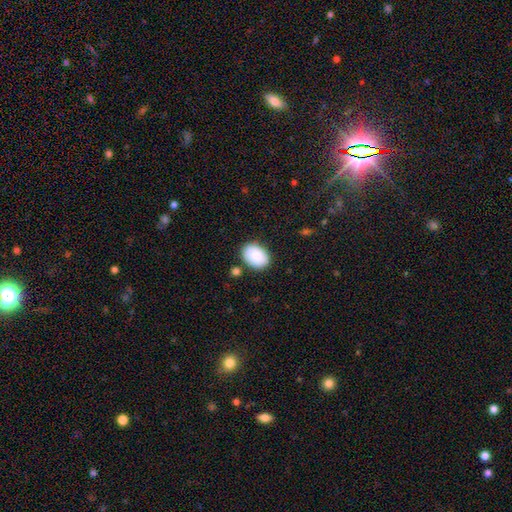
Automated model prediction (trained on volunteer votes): smooth-or-featured: smooth: 88% | star or artifact: 6% | featured or disk: 6%
  how-rounded: in between: 77% | round: 22% | cigar-shaped: 1%
  merging: none: 81% | minor disturbance: 12% | merger: 4% | major disturbance: 3%